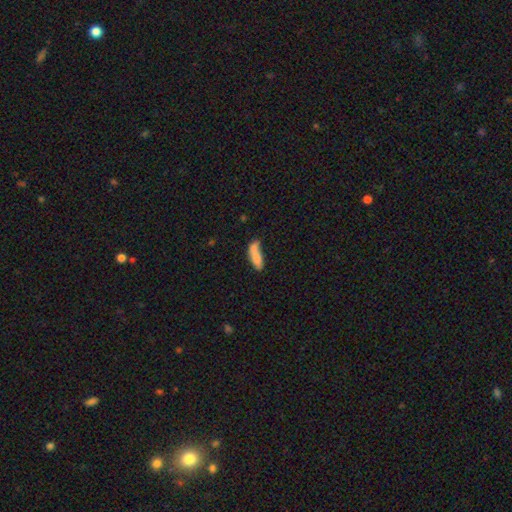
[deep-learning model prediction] The model was most divided on "merging": merger: 38%, none: 34%, minor disturbance: 19%, major disturbance: 9%. More confident: smooth or featured — smooth (76%); how rounded — in between (59%).